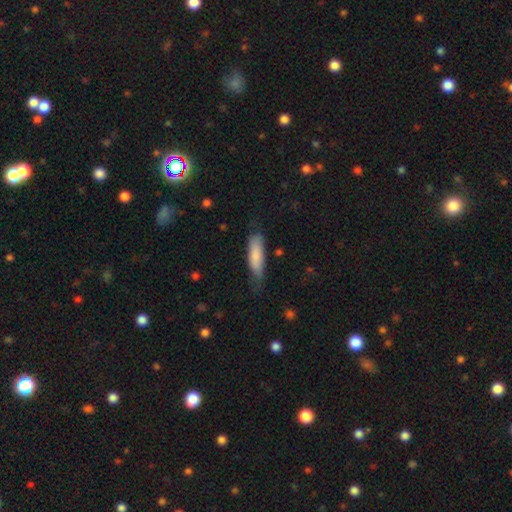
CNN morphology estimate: A smooth galaxy with no disk features (81%) that is cigar-shaped (53%).

Vote fractions:
- Smooth or featured? smooth: 81% / featured or disk: 13% / star or artifact: 6%
- How rounded? cigar-shaped: 53% / in between: 46% / round: 2%
- Merging? none: 56% / minor disturbance: 32% / major disturbance: 9% / merger: 2%